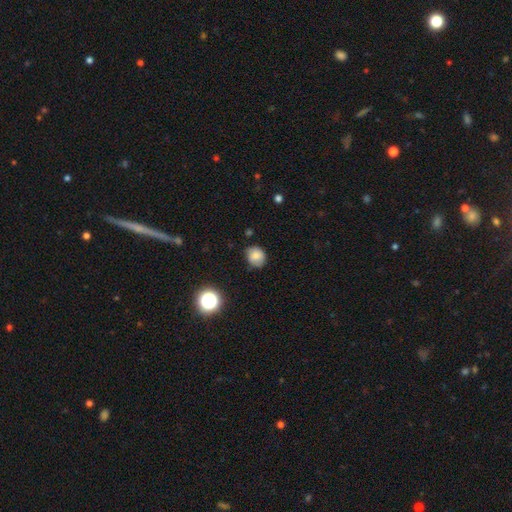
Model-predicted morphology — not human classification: Smooth or featured: smooth — 80% (star or artifact — 11%)
How rounded: round — 69% (in between — 30%)
Merging: none — 74% (minor disturbance — 21%)